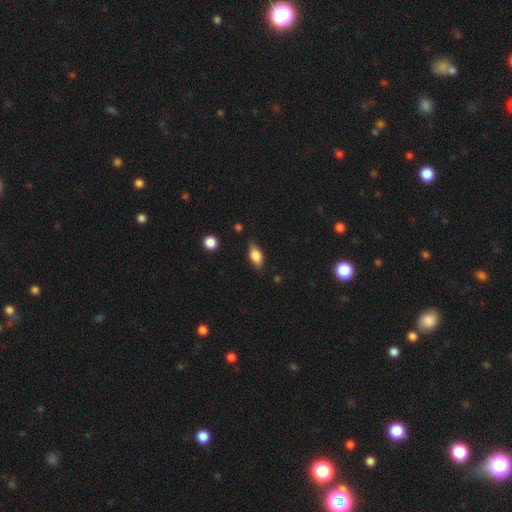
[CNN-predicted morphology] Overall: smooth (75%). How rounded: in between (85%). Merging: none (78%).